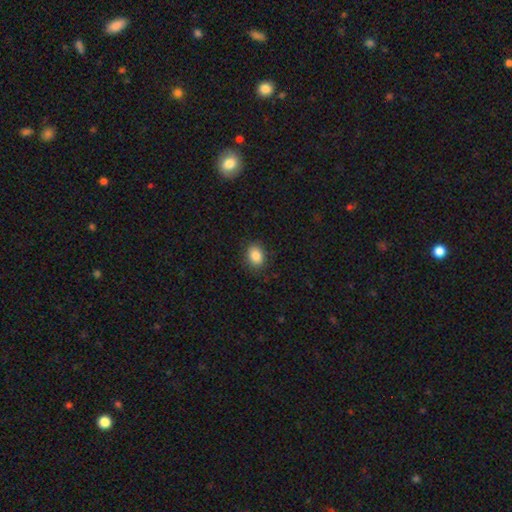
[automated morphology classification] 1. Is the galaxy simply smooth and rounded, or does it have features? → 86% smooth, 9% star or artifact, 5% featured or disk.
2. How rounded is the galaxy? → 69% in between, 30% round, 1% cigar-shaped.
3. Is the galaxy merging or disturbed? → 85% none, 11% minor disturbance, 3% major disturbance, 1% merger.